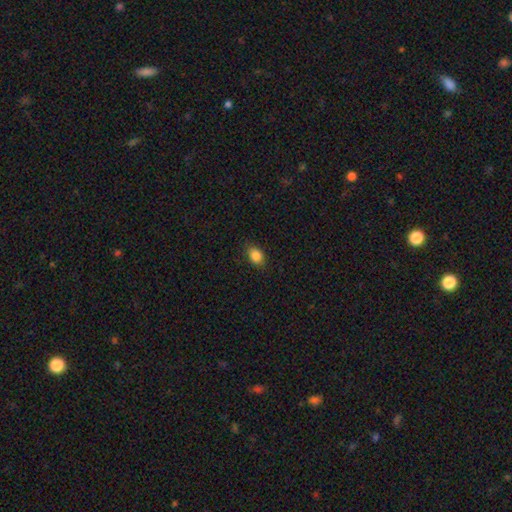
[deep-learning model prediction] A smooth galaxy with no disk features (86%) that is in between round and cigar-shaped (70%). Merging: none (85%).